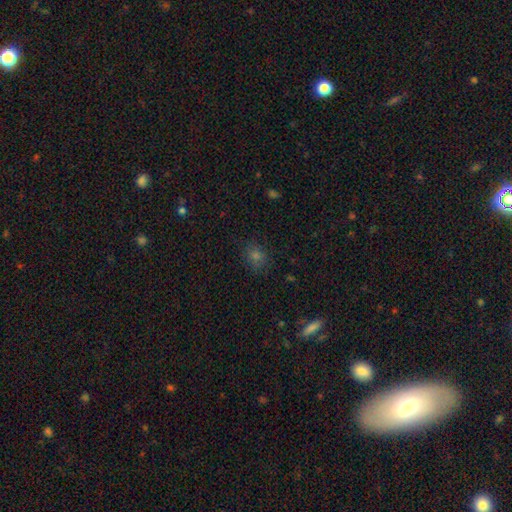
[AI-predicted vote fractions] This is likely a smooth galaxy (66%). How rounded: likely round (68%). Merging: clearly none (82%).